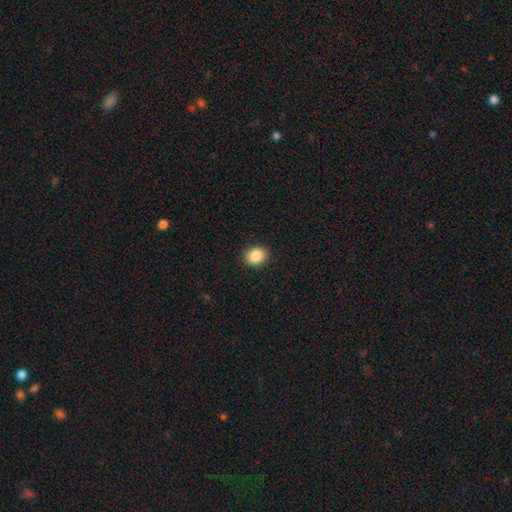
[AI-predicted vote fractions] Overall: smooth (87%). How rounded: round (50%; in between 49%). Merging: none (90%).